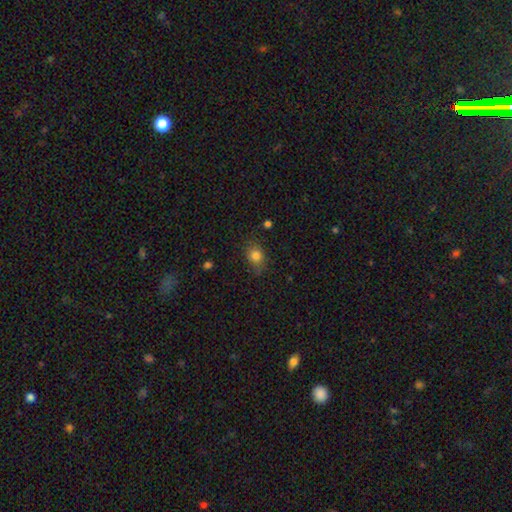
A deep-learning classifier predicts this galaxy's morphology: smooth-or-featured: smooth: 81% | star or artifact: 11% | featured or disk: 8%
  how-rounded: in between: 50% | round: 48% | cigar-shaped: 1%
  merging: none: 72% | minor disturbance: 21% | major disturbance: 6% | merger: 2%